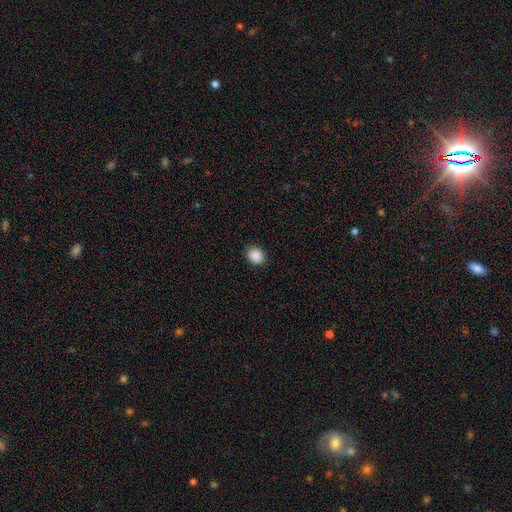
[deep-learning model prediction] Smooth or featured? Predicted: smooth (p=0.89). How rounded? Predicted: in between (p=0.50). Merging? Predicted: none (p=0.89).